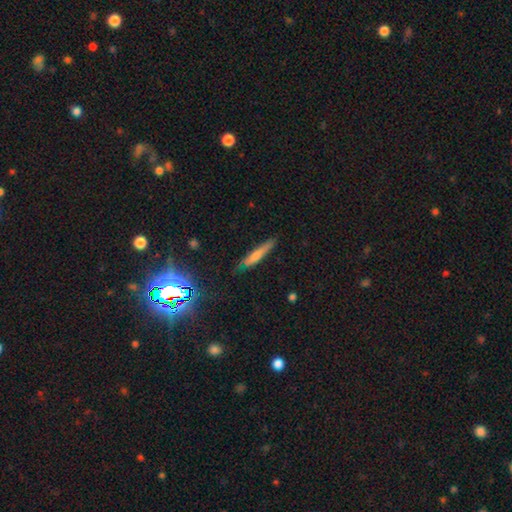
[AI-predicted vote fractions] Smooth or featured: smooth — 54% (featured or disk — 31%)
How rounded: cigar-shaped — 89% (in between — 8%)
Merging: none — 78% (minor disturbance — 16%)